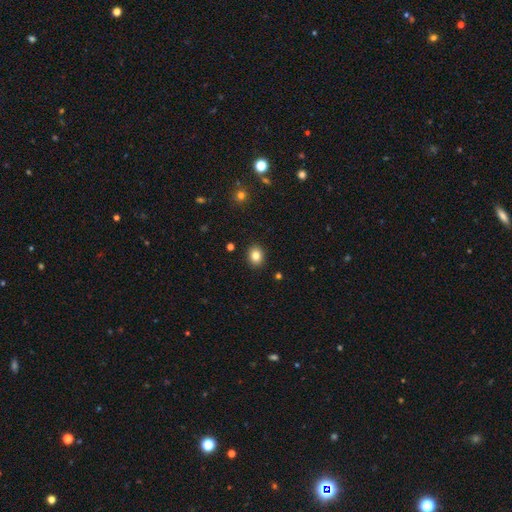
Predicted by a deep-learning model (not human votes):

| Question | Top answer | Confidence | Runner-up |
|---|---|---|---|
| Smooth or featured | smooth | 83% | star or artifact (10%) |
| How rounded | round | 57% | in between (43%) |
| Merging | none | 91% | minor disturbance (6%) |